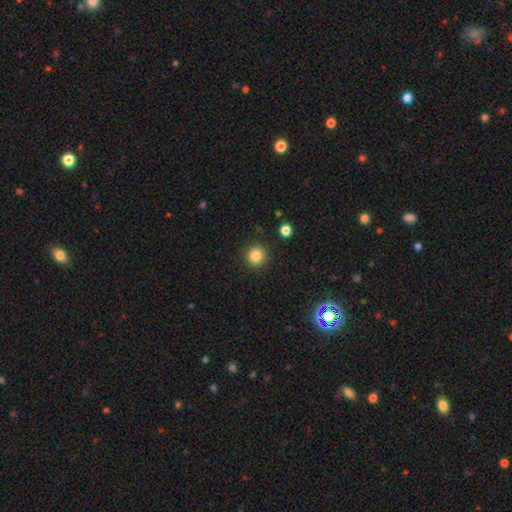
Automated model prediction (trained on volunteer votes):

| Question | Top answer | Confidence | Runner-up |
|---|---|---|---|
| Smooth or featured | smooth | 84% | star or artifact (11%) |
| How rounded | round | 94% | in between (5%) |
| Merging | none | 91% | minor disturbance (6%) |